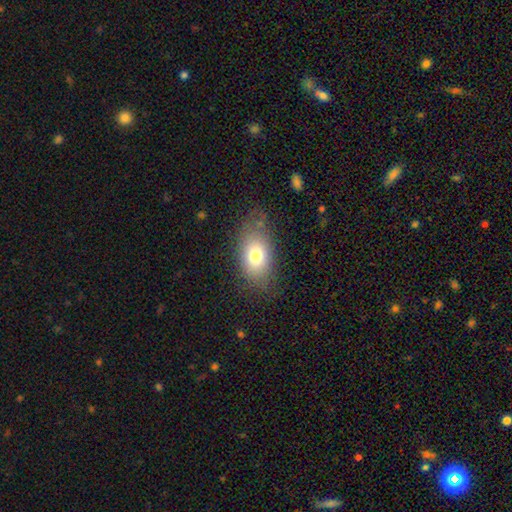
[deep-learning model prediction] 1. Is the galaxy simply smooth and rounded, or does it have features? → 75% smooth, 16% featured or disk, 10% star or artifact.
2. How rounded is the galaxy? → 85% in between, 13% round, 2% cigar-shaped.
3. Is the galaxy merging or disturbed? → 71% none, 19% minor disturbance, 8% major disturbance, 2% merger.